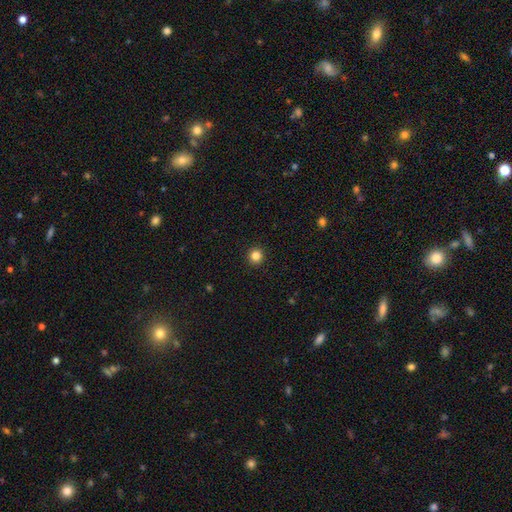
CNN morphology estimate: Overall: smooth (83%). How rounded: round (95%). Merging: none (93%).